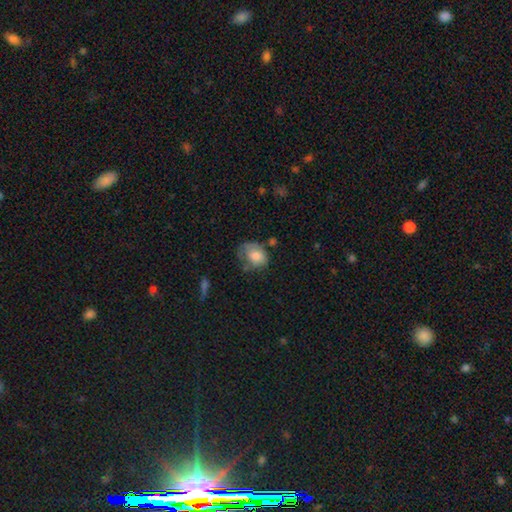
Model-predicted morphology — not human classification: The model was most divided on "merging": none: 40%, minor disturbance: 34%, major disturbance: 20%, merger: 6%. More confident: smooth or featured — smooth (72%); how rounded — in between (61%).